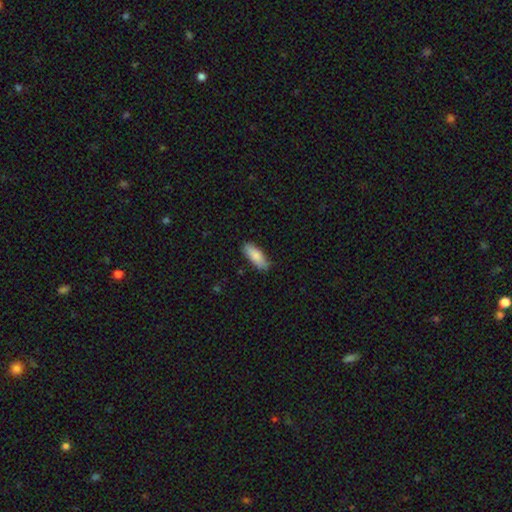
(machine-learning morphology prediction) This appears to be a smooth galaxy with no disk features (85%) that is in between round and cigar-shaped (71%). Merging: none (80%).